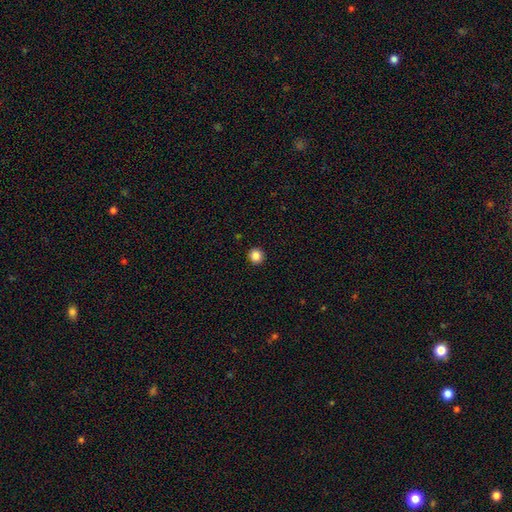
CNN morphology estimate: smooth 85%, star or artifact 11%, featured or disk 4%. Down the decision tree: how rounded — round (94%); merging — none (93%).